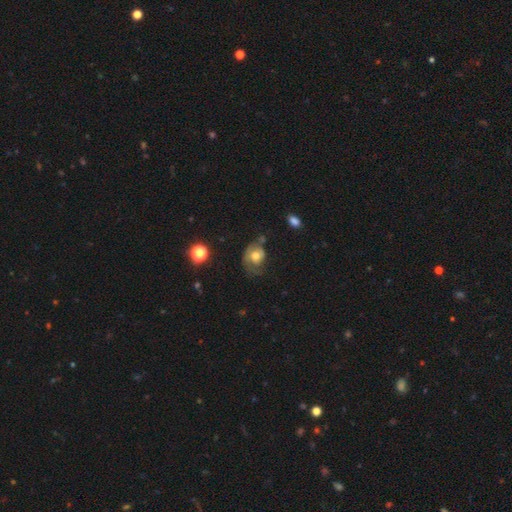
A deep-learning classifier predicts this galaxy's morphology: Q: Smooth or featured?
A: smooth (49%); runner-up: featured or disk (42%)
Q: Merging?
A: major disturbance (34%); runner-up: none (33%)